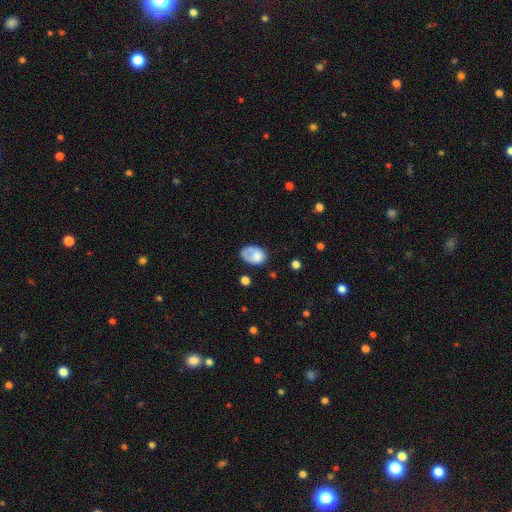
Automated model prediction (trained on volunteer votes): smooth_or_featured: smooth (p=0.70) [alt: featured or disk p=0.23]
how_rounded: in between (p=0.76) [alt: round p=0.23]
merging: none (p=0.43) [alt: minor disturbance p=0.28]